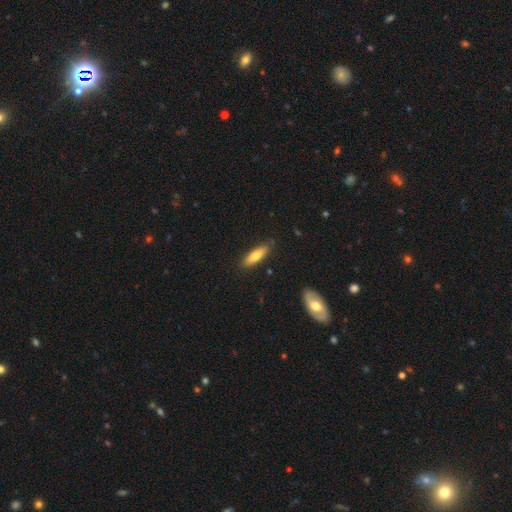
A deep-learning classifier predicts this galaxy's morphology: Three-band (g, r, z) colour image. It shows a smooth galaxy with no disk features (70%) that is cigar-shaped (60%). Merging: none (85%).